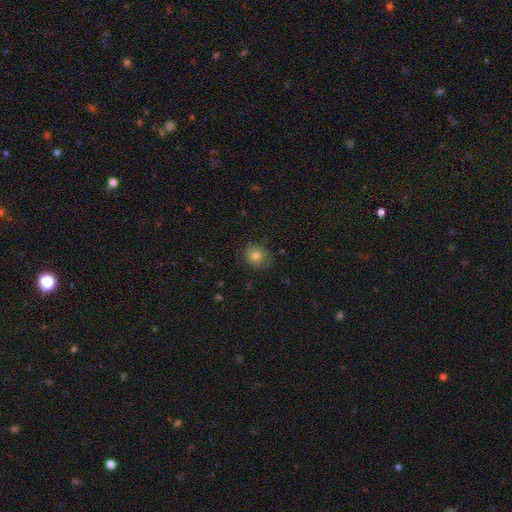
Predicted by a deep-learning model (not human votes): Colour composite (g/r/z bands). It shows a smooth galaxy with no disk features (78%) that is round (66%). Merging: none (82%).